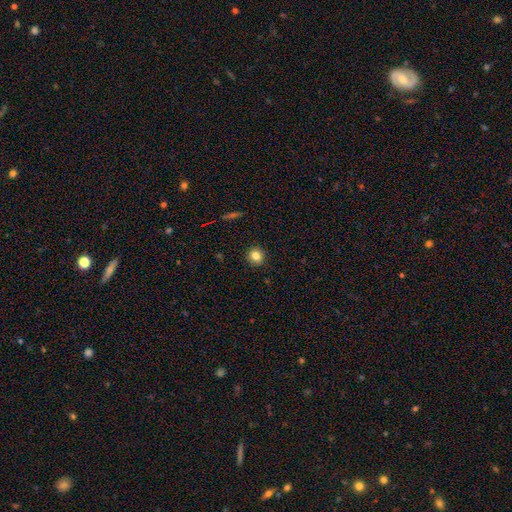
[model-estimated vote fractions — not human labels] The model was most divided on "smooth or featured": smooth: 82%, star or artifact: 12%, featured or disk: 7%. More confident: merging — none (92%); how rounded — round (90%).